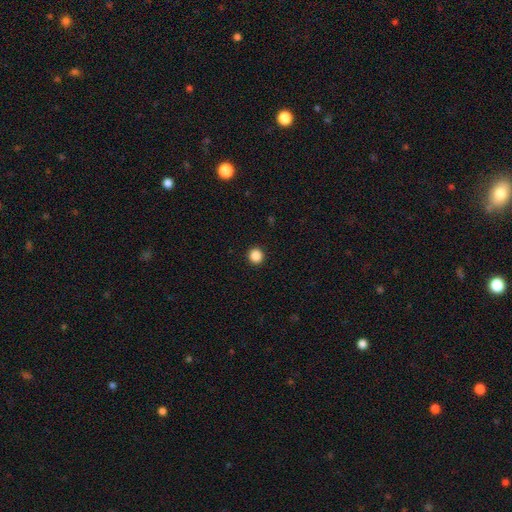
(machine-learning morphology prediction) smooth_or_featured: smooth (p=0.87) [alt: star or artifact p=0.10]
how_rounded: round (p=0.93) [alt: in between p=0.06]
merging: none (p=0.94) [alt: minor disturbance p=0.04]